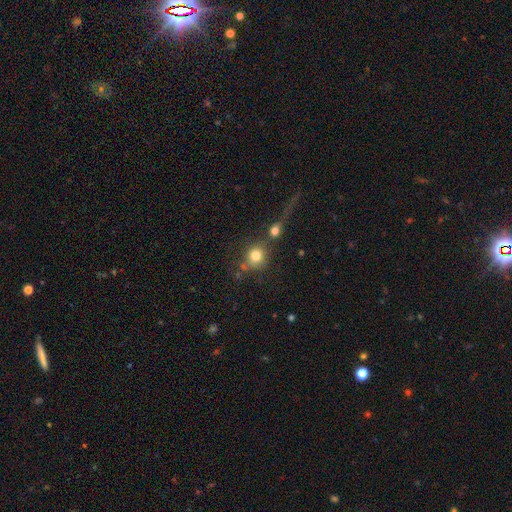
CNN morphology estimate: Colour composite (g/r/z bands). It shows a smooth galaxy with no disk features (77%) that is round (83%). Merging: none (49%).